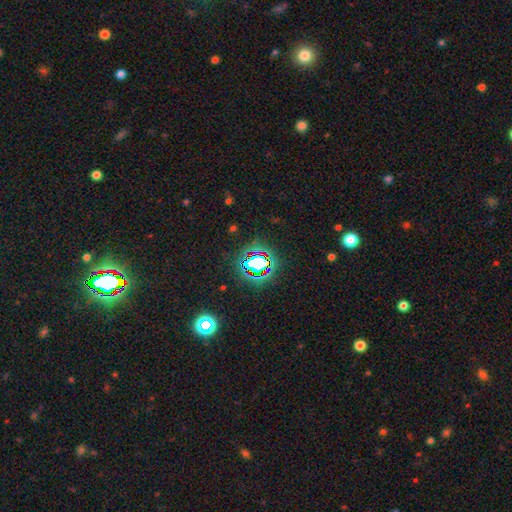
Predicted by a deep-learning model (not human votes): Smooth or featured? star or artifact (80%)